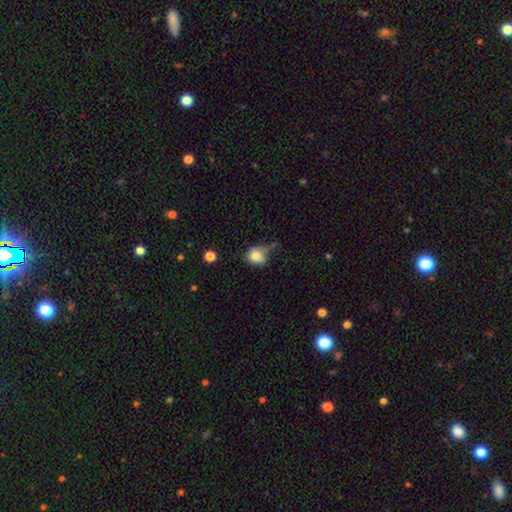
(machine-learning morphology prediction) This is likely a smooth galaxy (75%). How rounded: likely round (61%). Merging: marginally none (34%).